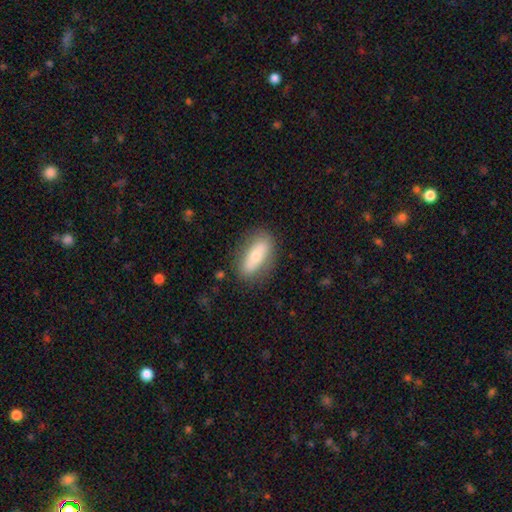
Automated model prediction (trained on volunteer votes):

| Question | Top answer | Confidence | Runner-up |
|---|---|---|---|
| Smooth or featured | smooth | 63% | featured or disk (30%) |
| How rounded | in between | 74% | cigar-shaped (22%) |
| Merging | none | 81% | minor disturbance (13%) |